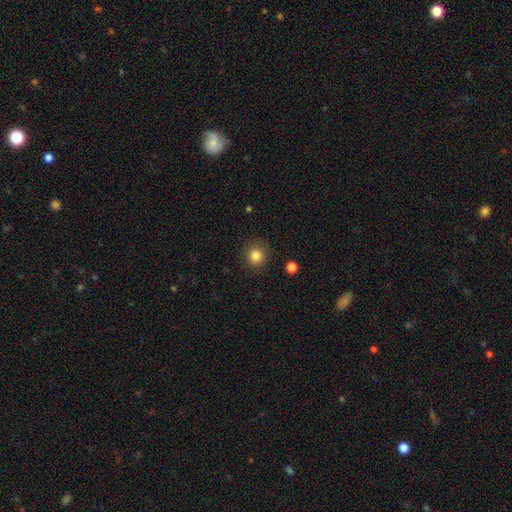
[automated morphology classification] Overall: smooth (84%). How rounded: round (92%). Merging: none (90%).